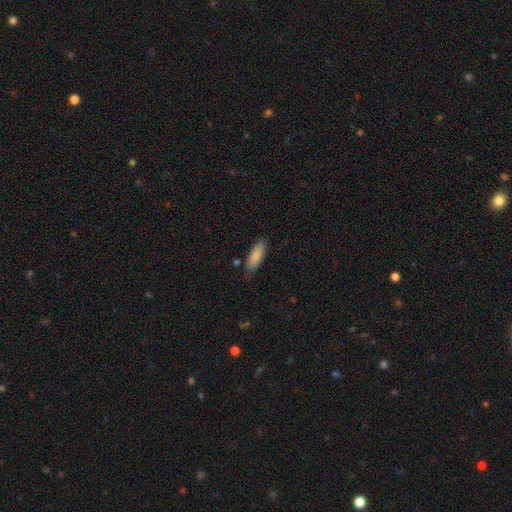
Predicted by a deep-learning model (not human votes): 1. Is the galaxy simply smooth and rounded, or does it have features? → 86% smooth, 8% featured or disk, 6% star or artifact.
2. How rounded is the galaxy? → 65% in between, 33% cigar-shaped, 2% round.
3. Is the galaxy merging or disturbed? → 79% none, 15% minor disturbance, 3% major disturbance, 2% merger.